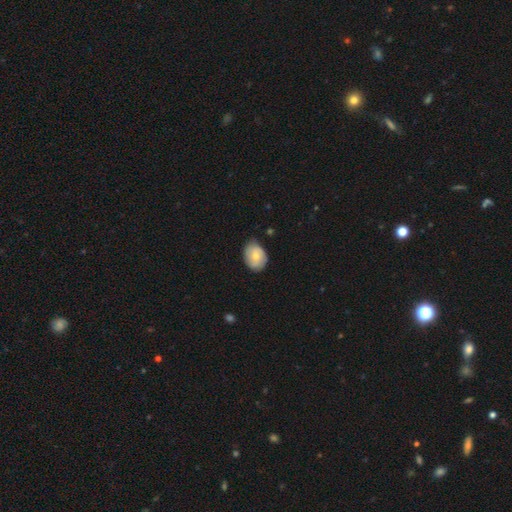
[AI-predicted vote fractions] Morphology: type=smooth (68%); roundness=in between (67%); merging=none (69%).